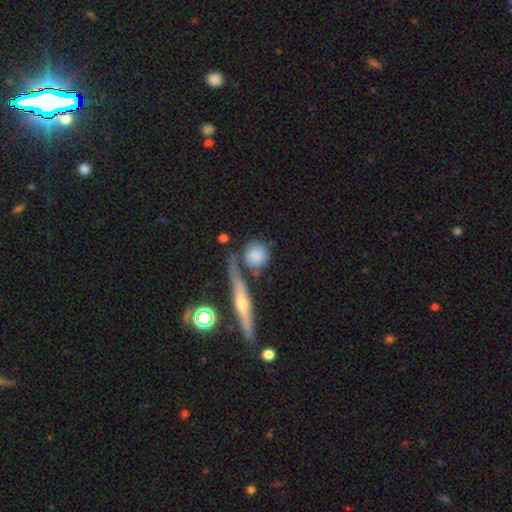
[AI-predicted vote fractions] Smooth or featured? Predicted: smooth (p=0.76). How rounded? Predicted: round (p=0.83). Merging? Predicted: none (p=0.59).